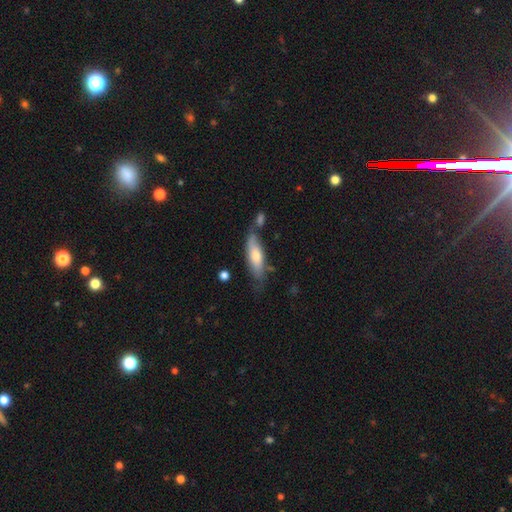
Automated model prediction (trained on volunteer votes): smooth_or_featured: smooth (p=0.61) [alt: featured or disk p=0.33]
how_rounded: in between (p=0.56) [alt: cigar-shaped p=0.41]
merging: none (p=0.55) [alt: minor disturbance p=0.24]